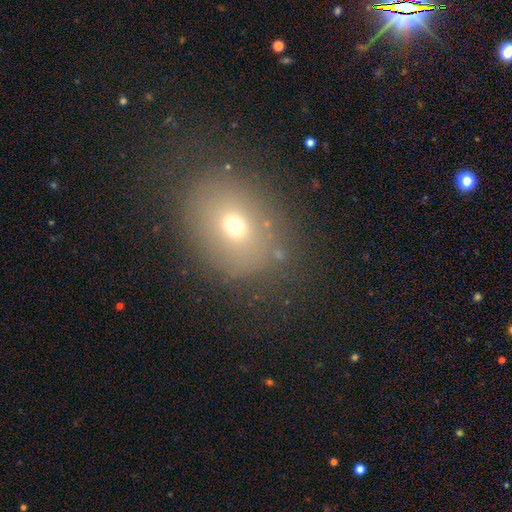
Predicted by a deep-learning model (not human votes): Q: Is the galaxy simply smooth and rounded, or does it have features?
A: smooth — 62%.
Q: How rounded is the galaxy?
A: in between — 50%.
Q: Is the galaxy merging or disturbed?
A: none — 82%.